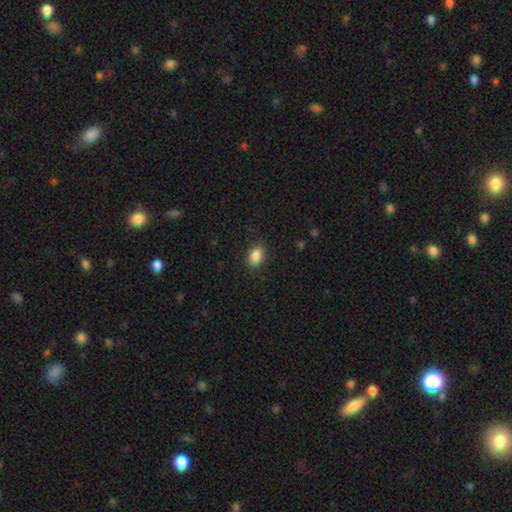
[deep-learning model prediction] Smooth or featured? Predicted: smooth (p=0.87). How rounded? Predicted: in between (p=0.77). Merging? Predicted: none (p=0.87).